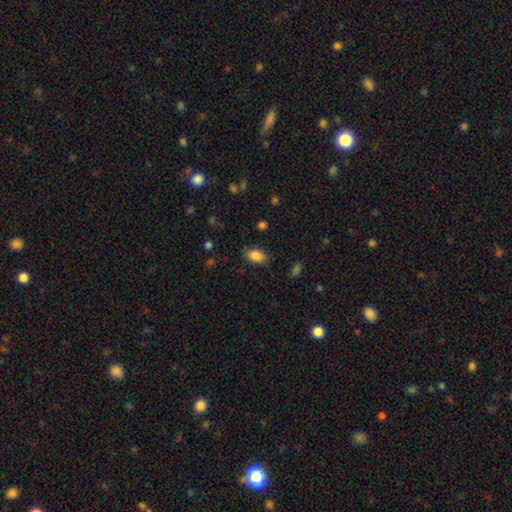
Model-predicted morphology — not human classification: This appears to be a smooth galaxy with no disk features (86%) that is in between round and cigar-shaped (91%). Merging: none (82%).